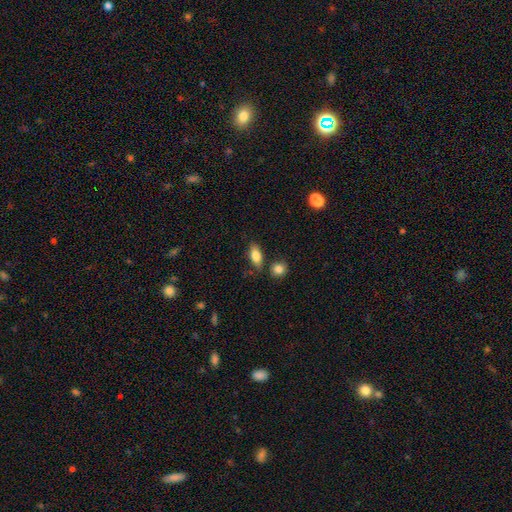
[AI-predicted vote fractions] Smooth or featured: smooth — 81% (featured or disk — 11%)
How rounded: in between — 84% (cigar-shaped — 10%)
Merging: none — 75% (minor disturbance — 15%)